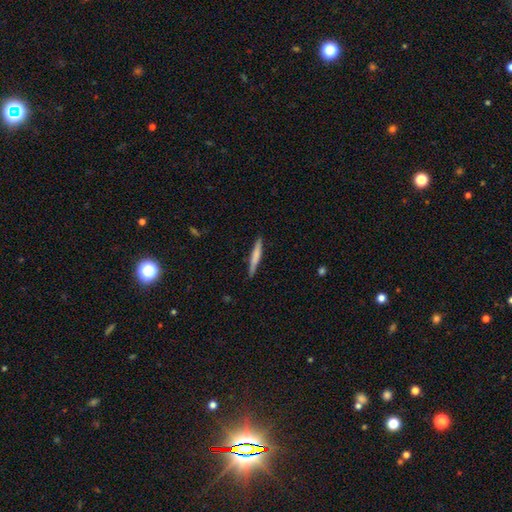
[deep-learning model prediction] smooth 64%, featured or disk 31%, star or artifact 5%. Down the decision tree: how rounded — cigar-shaped (94%); merging — none (86%).